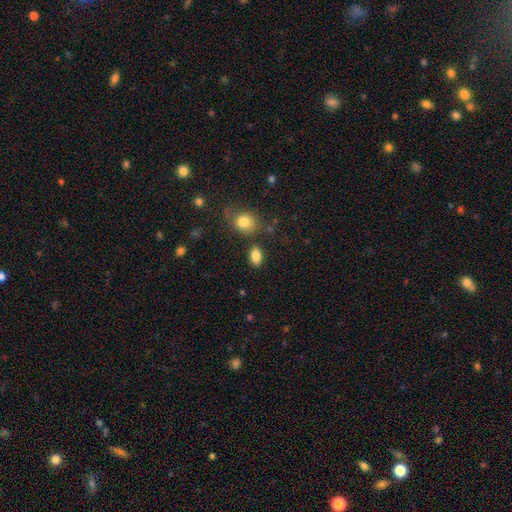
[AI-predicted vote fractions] Overall: smooth (85%). How rounded: in between (87%). Merging: none (81%).